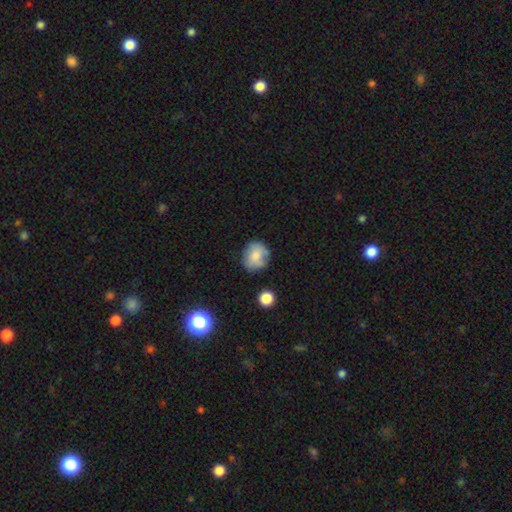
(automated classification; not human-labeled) Overall: smooth (75%). How rounded: round (72%). Merging: none (68%).